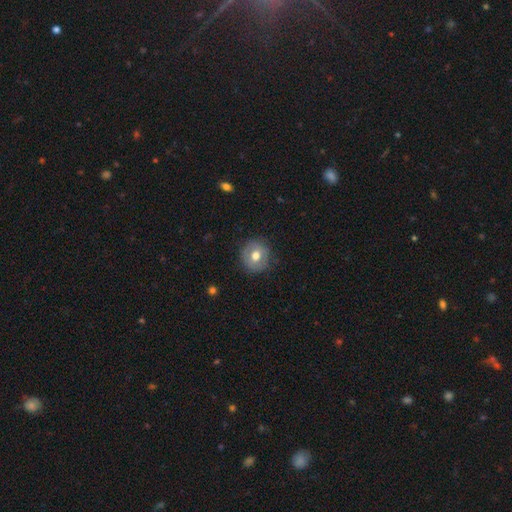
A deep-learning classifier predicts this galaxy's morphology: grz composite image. It shows a smooth galaxy with no disk features (63%) that is round (89%). Merging: none (84%).